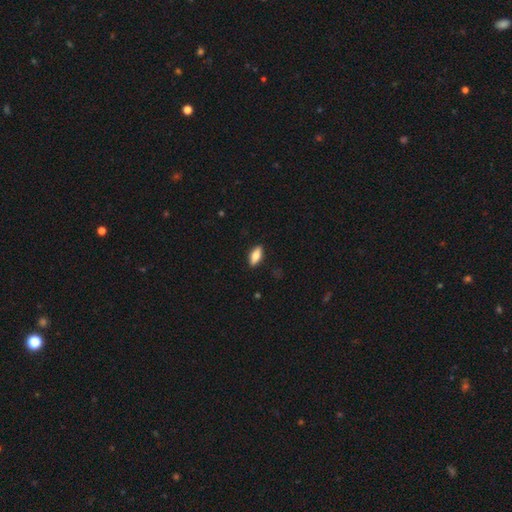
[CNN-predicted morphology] A smooth galaxy with no disk features (73%) that is in between round and cigar-shaped (76%). Merging: none (88%).